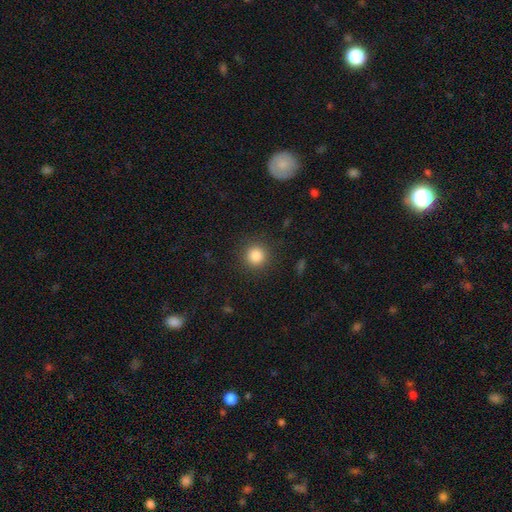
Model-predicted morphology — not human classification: type=smooth (85%); roundness=round (94%); merging=none (90%).